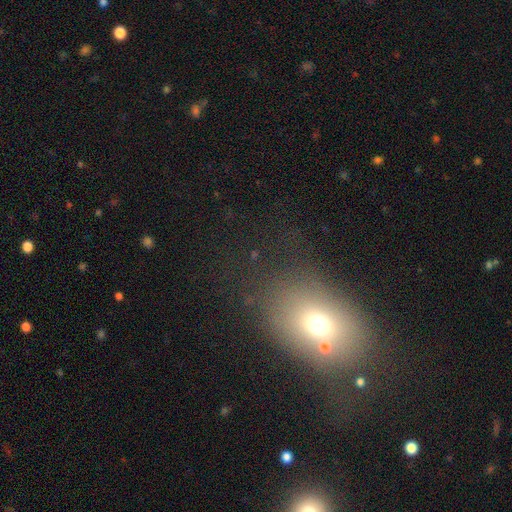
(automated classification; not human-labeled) A smooth galaxy with no disk features (57%) that is in between round and cigar-shaped (63%). Merging: none (57%).